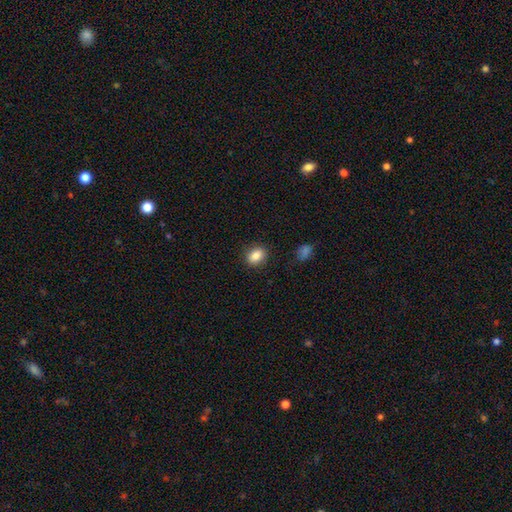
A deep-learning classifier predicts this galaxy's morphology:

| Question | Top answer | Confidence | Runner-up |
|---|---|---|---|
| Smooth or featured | smooth | 87% | star or artifact (9%) |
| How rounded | in between | 67% | round (32%) |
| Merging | none | 86% | minor disturbance (10%) |